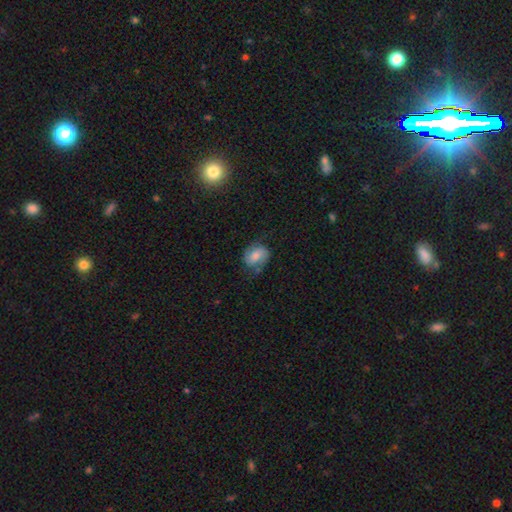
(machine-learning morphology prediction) Smooth or featured: featured or disk — 46% (smooth — 45%)
Merging: none — 61% (minor disturbance — 24%)